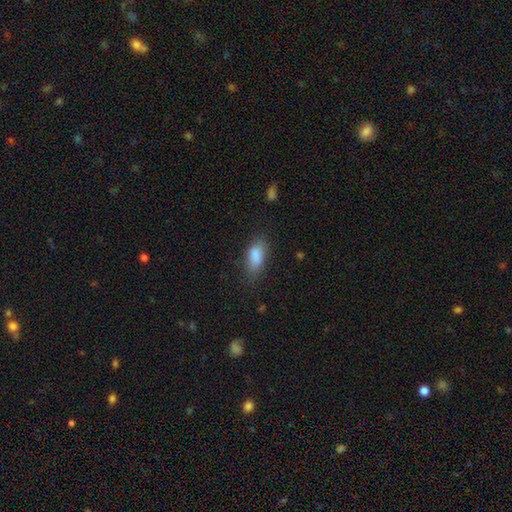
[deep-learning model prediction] Morphology: type=smooth (85%); roundness=in between (85%); merging=none (67%).